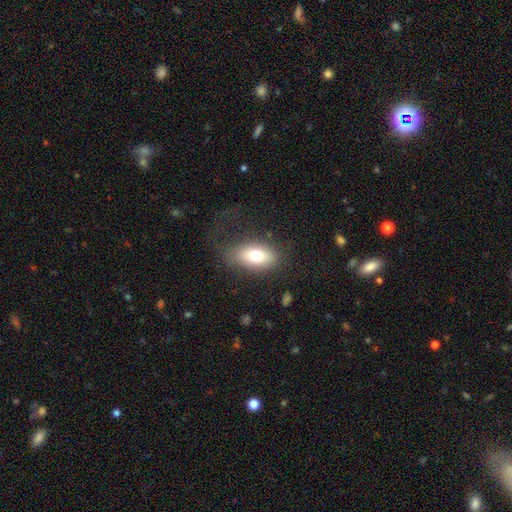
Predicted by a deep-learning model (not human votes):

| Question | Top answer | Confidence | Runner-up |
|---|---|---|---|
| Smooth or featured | smooth | 73% | featured or disk (18%) |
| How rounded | in between | 89% | round (7%) |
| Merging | none | 66% | minor disturbance (18%) |